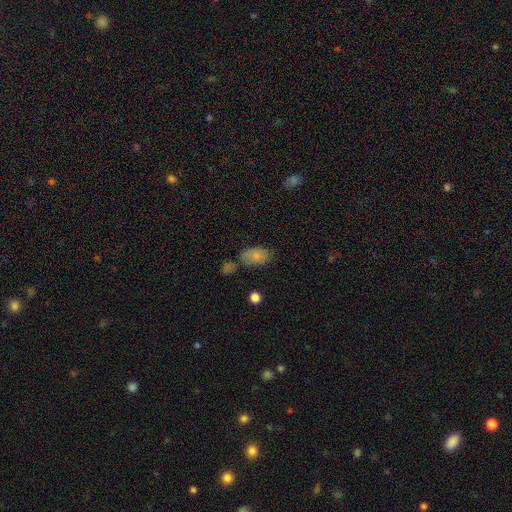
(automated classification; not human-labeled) smooth_or_featured: smooth (p=0.78) [alt: featured or disk p=0.14]
how_rounded: in between (p=0.90) [alt: round p=0.08]
merging: none (p=0.65) [alt: minor disturbance p=0.21]